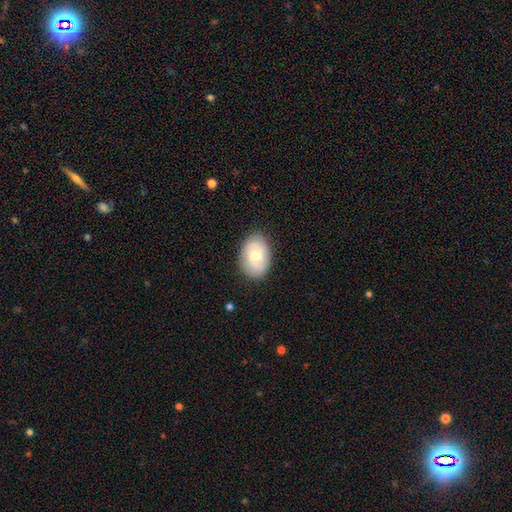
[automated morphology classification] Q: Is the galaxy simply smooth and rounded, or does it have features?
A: smooth — 58%.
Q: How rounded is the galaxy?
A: in between — 81%.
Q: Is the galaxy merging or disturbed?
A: none — 82%.